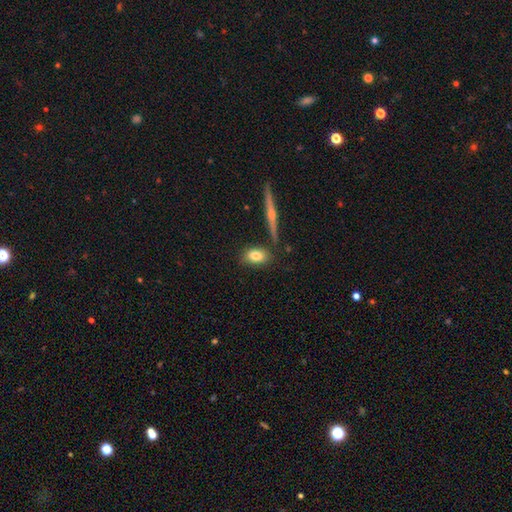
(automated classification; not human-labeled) smooth-or-featured: smooth: 78% | featured or disk: 15% | star or artifact: 8%
  how-rounded: in between: 80% | round: 14% | cigar-shaped: 6%
  merging: none: 78% | minor disturbance: 12% | merger: 7% | major disturbance: 3%